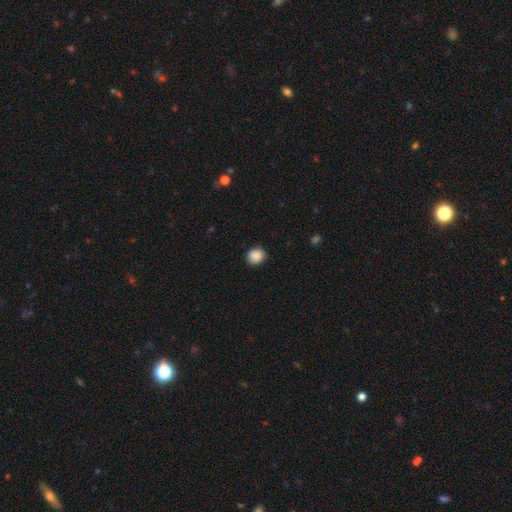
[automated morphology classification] type=smooth (88%); roundness=round (78%); merging=none (86%).